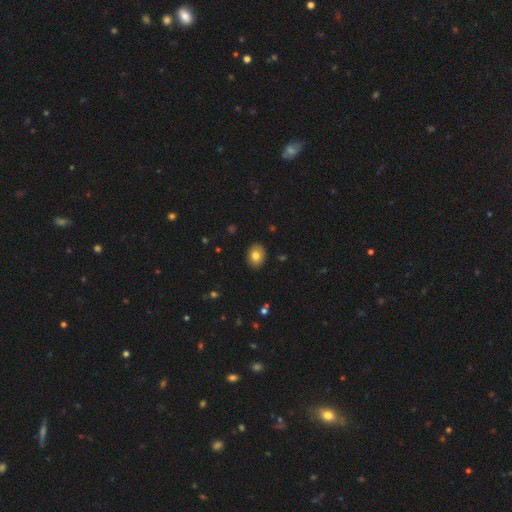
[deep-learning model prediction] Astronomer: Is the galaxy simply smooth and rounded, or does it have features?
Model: smooth — 80%.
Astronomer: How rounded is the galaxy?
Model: in between — 59% (runner-up: round, 40%).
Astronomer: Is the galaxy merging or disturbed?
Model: none — 90%.